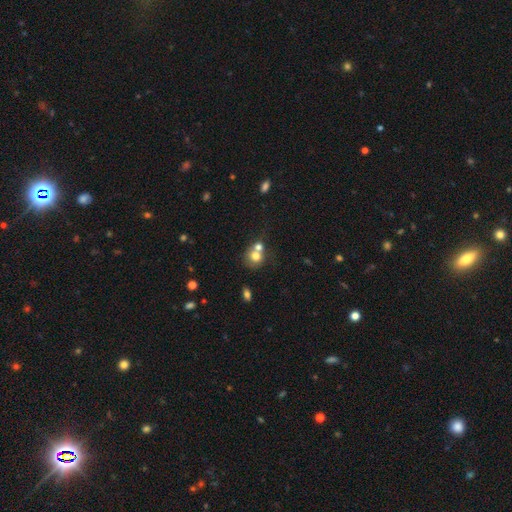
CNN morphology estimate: The model was most divided on "merging": merger: 54%, none: 35%, minor disturbance: 8%, major disturbance: 4%. More confident: how rounded — round (76%); smooth or featured — smooth (72%).